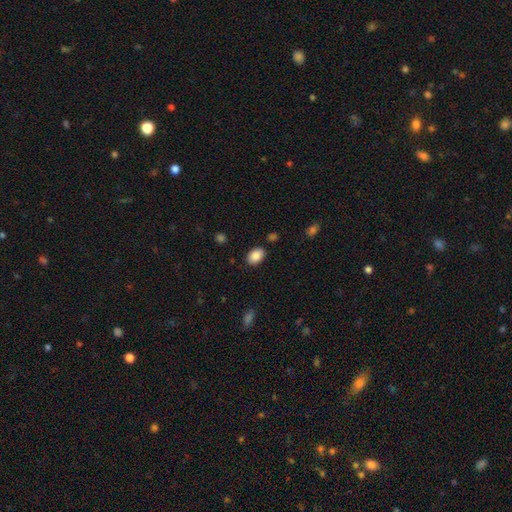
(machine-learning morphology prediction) smooth-or-featured: smooth: 88% | star or artifact: 8% | featured or disk: 5%
  how-rounded: in between: 86% | round: 12% | cigar-shaped: 1%
  merging: none: 85% | minor disturbance: 10% | major disturbance: 3% | merger: 2%